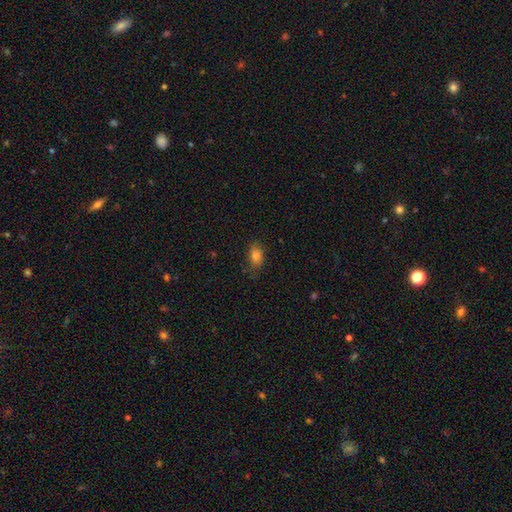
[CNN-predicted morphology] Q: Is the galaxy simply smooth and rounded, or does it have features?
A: smooth — 82%.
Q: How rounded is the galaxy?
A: in between — 83%.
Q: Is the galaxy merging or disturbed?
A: none — 74%.